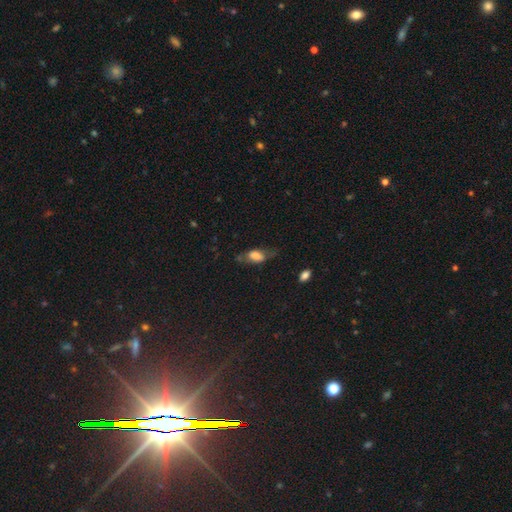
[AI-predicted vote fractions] smooth-or-featured: smooth: 65% | featured or disk: 25% | star or artifact: 9%
  how-rounded: in between: 82% | cigar-shaped: 12% | round: 6%
  merging: none: 47% | minor disturbance: 28% | major disturbance: 22% | merger: 3%